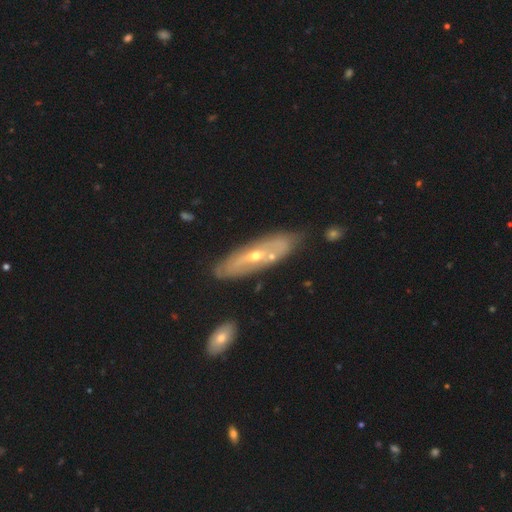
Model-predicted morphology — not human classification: The model was most divided on "spiral arms": yes: 51%, no: 49%. More confident: merging — none (74%); smooth or featured — featured or disk (72%); edge-on disk — no (69%); bar — no (65%); bulge size — small (52%).